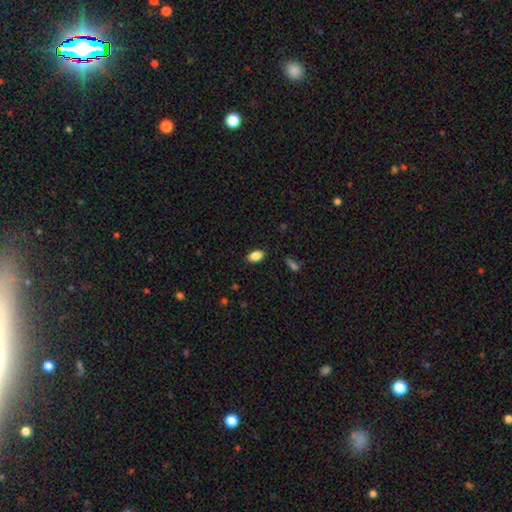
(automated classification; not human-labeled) Morphology: type=smooth (88%); roundness=in between (89%); merging=none (87%).